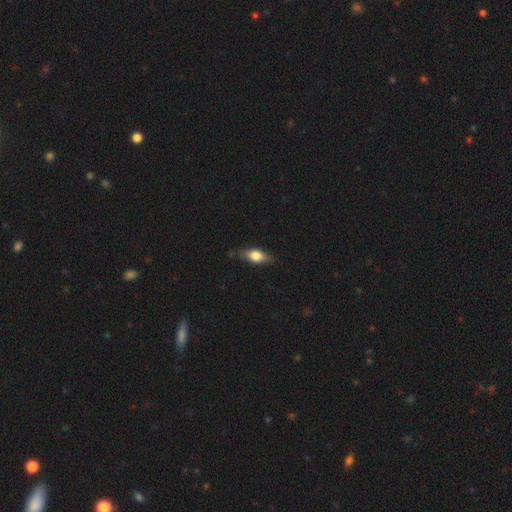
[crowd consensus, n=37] A smooth galaxy with no disk features (68%) that is in between round and cigar-shaped (76%). Merging: none (66%).